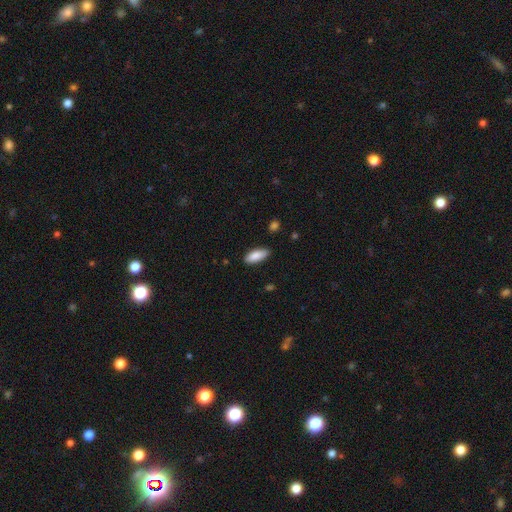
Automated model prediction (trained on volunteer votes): smooth-or-featured: smooth: 87% | featured or disk: 7% | star or artifact: 6%
  how-rounded: in between: 79% | cigar-shaped: 19% | round: 2%
  merging: none: 84% | minor disturbance: 12% | major disturbance: 2% | merger: 1%